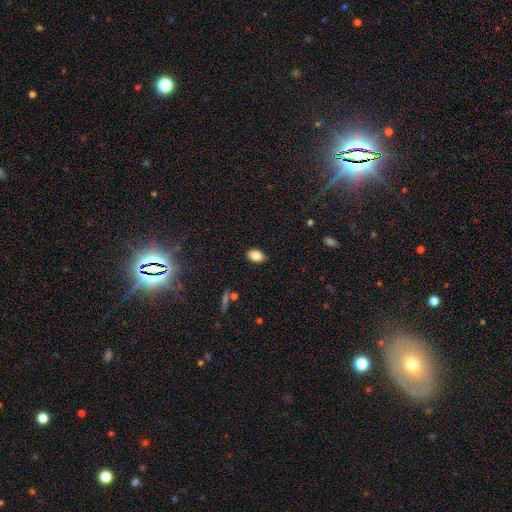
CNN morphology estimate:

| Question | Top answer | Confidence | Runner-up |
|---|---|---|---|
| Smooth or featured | smooth | 84% | star or artifact (9%) |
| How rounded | in between | 86% | round (12%) |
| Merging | none | 87% | minor disturbance (10%) |